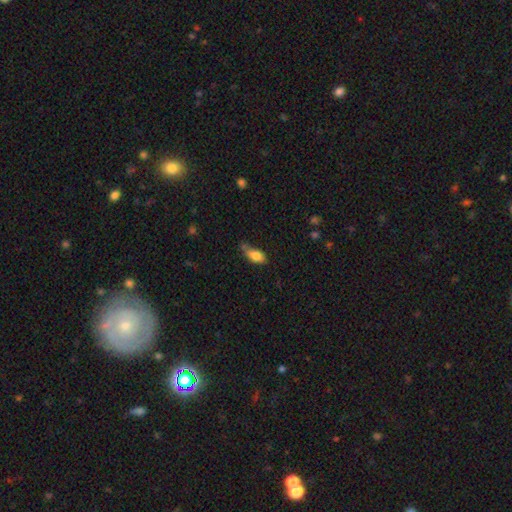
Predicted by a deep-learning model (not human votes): smooth 80%, featured or disk 12%, star or artifact 8%. Down the decision tree: how rounded — in between (84%); merging — none (47%).